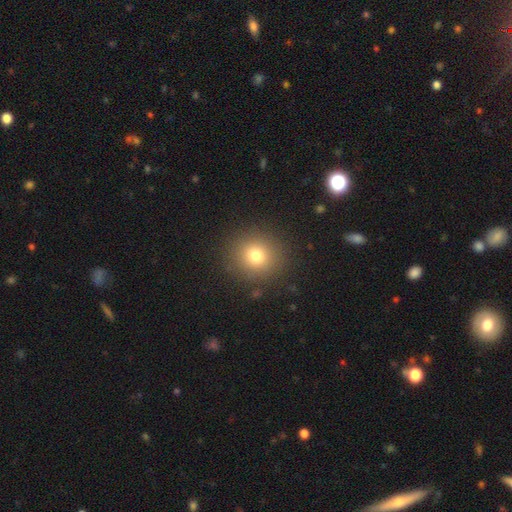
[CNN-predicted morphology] Smooth or featured? smooth (76%)
How rounded? round (89%)
Merging? none (88%)